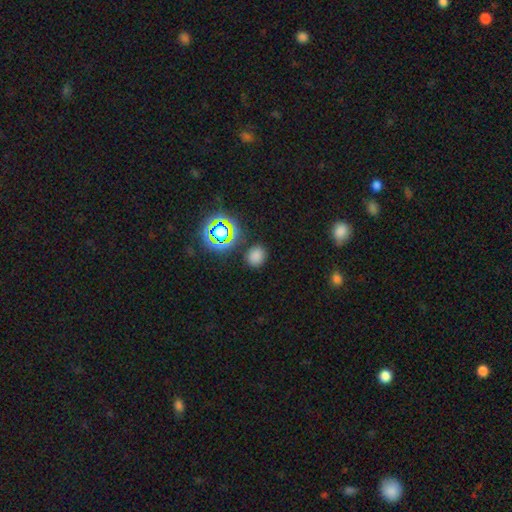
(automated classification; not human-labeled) Overall: smooth (73%). How rounded: round (68%; in between 31%). Merging: none (85%).